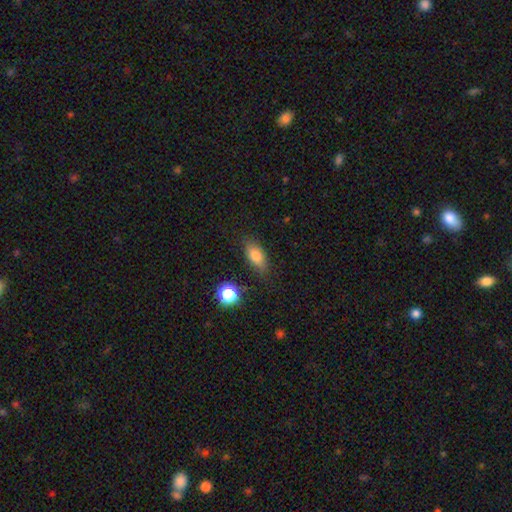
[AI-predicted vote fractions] smooth 78%, featured or disk 12%, star or artifact 10%. Down the decision tree: how rounded — in between (83%); merging — none (79%).